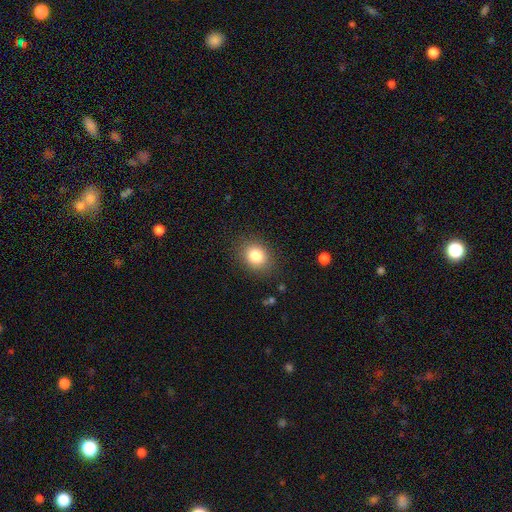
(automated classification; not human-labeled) smooth_or_featured: smooth (p=0.83) [alt: star or artifact p=0.10]
how_rounded: round (p=0.54) [alt: in between p=0.46]
merging: none (p=0.86) [alt: minor disturbance p=0.10]